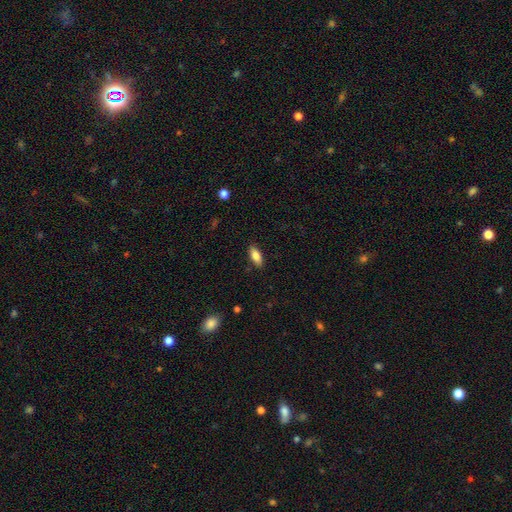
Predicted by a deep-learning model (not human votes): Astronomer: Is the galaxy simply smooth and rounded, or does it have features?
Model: smooth — 82%.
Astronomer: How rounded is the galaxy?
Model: in between — 81%.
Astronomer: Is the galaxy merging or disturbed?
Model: none — 87%.